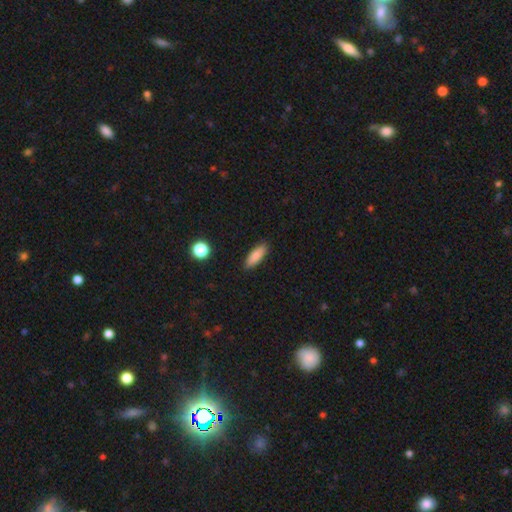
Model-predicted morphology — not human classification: smooth 84%, featured or disk 8%, star or artifact 7%. Down the decision tree: how rounded — in between (59%); merging — none (89%).